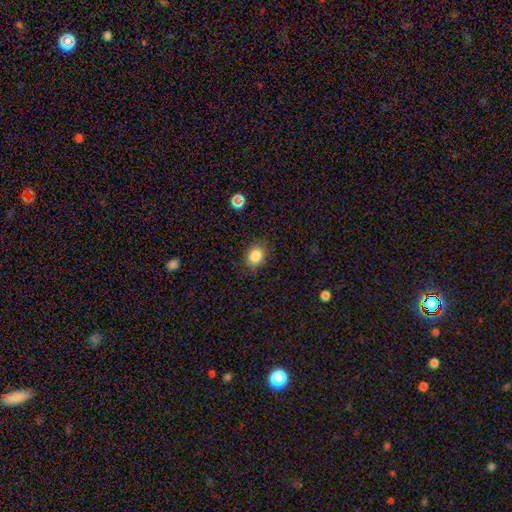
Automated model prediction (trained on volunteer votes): smooth 84%, star or artifact 11%, featured or disk 5%. Down the decision tree: how rounded — in between (61%); merging — none (83%).